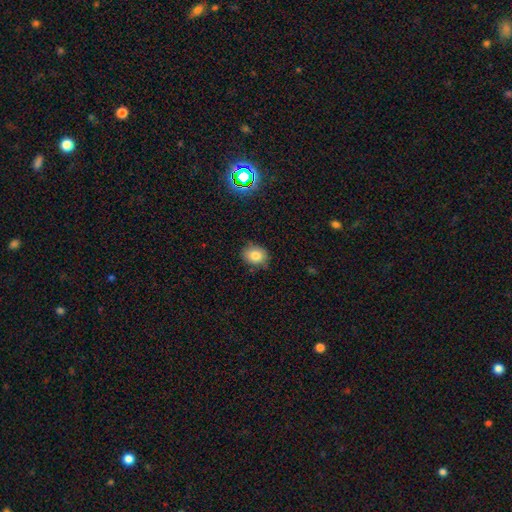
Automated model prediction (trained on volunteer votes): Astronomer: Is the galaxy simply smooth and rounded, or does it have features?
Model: smooth — 79%.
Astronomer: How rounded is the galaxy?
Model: round — 56% (runner-up: in between, 43%).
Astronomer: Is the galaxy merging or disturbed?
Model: none — 79%.